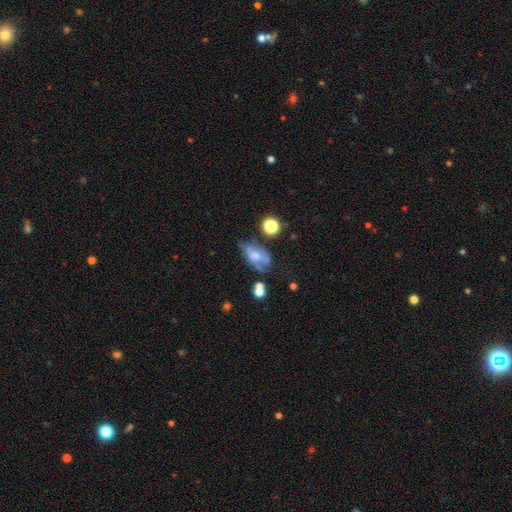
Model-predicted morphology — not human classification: Overall: featured or disk (46%; smooth 41%). Merging: none (33%; minor disturbance 29%).